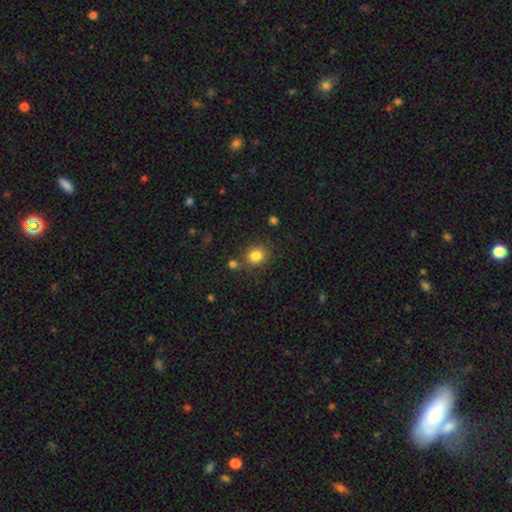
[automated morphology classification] Q: Smooth or featured?
A: smooth (83%); runner-up: star or artifact (11%)
Q: How rounded?
A: round (78%); runner-up: in between (21%)
Q: Merging?
A: none (78%); runner-up: minor disturbance (10%)